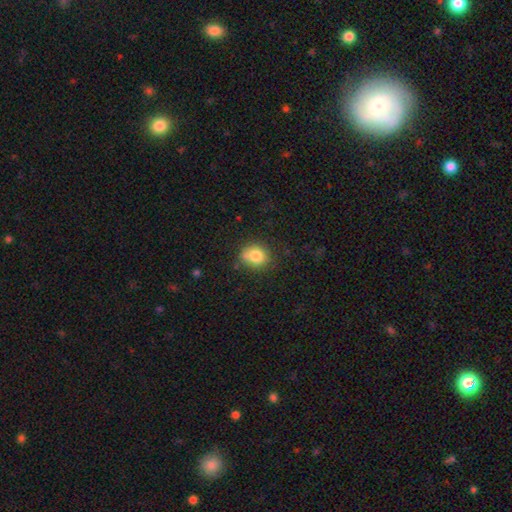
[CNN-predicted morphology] This is likely a smooth galaxy (80%). How rounded: likely round (76%). Merging: likely none (68%).